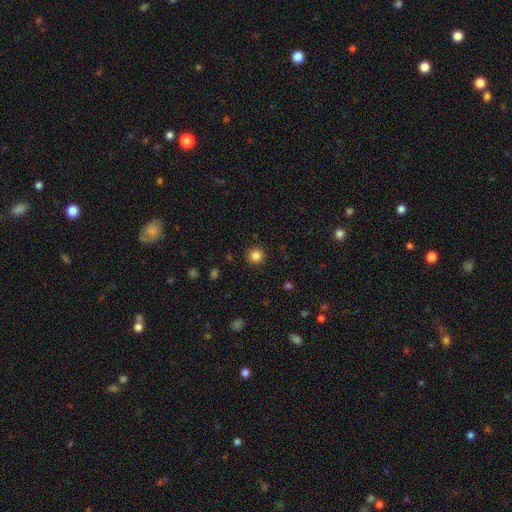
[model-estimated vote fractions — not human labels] smooth_or_featured: smooth (p=0.84) [alt: star or artifact p=0.12]
how_rounded: round (p=0.95) [alt: in between p=0.04]
merging: none (p=0.92) [alt: minor disturbance p=0.05]